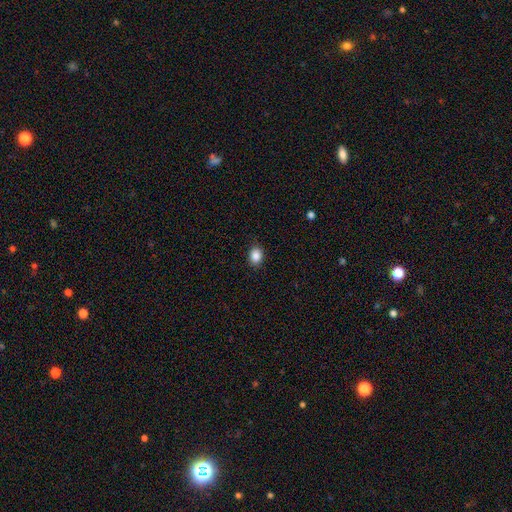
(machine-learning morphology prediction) smooth-or-featured: smooth: 87% | star or artifact: 9% | featured or disk: 4%
  how-rounded: in between: 62% | round: 37% | cigar-shaped: 1%
  merging: none: 89% | minor disturbance: 8% | major disturbance: 2% | merger: 1%